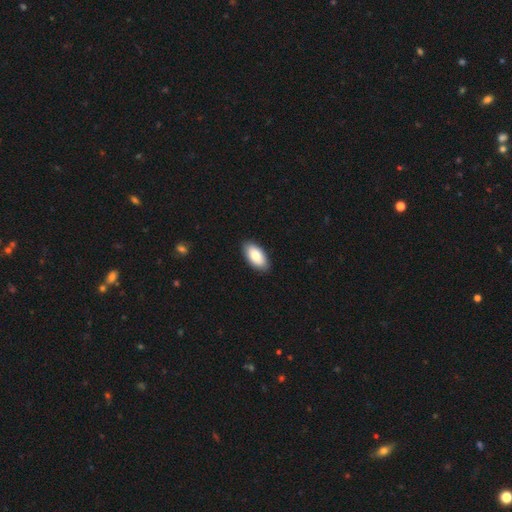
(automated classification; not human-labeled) Smooth or featured: smooth — 86% (featured or disk — 8%)
How rounded: in between — 94% (cigar-shaped — 4%)
Merging: none — 89% (minor disturbance — 8%)